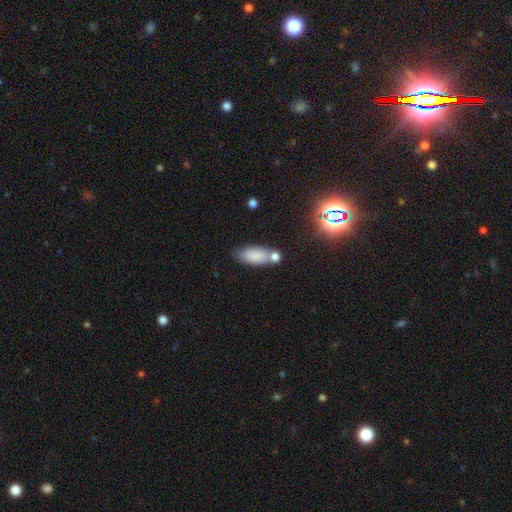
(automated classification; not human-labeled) The model was most divided on "merging": none: 53%, merger: 26%, minor disturbance: 16%, major disturbance: 5%. More confident: smooth or featured — smooth (82%); how rounded — in between (82%).